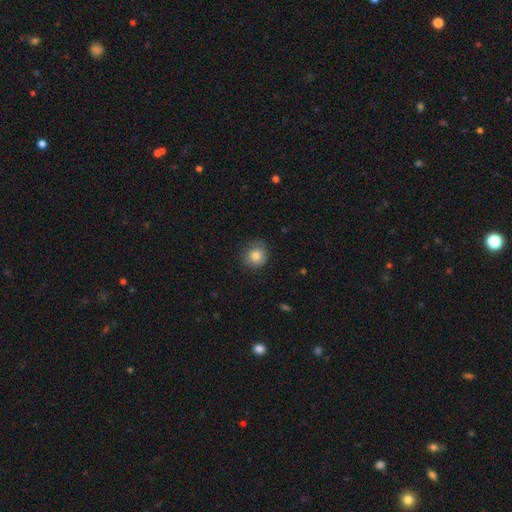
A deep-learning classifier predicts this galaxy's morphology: This appears to be a smooth galaxy with no disk features (81%) that is round (90%). Merging: none (78%).